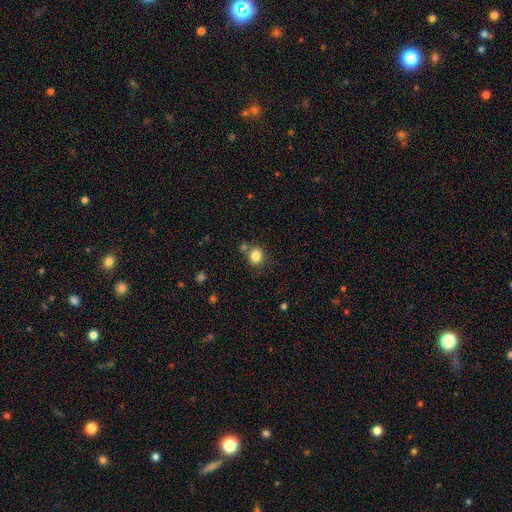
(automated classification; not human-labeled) Q: Smooth or featured?
A: smooth (83%); runner-up: star or artifact (11%)
Q: How rounded?
A: round (77%); runner-up: in between (22%)
Q: Merging?
A: none (72%); runner-up: merger (12%)